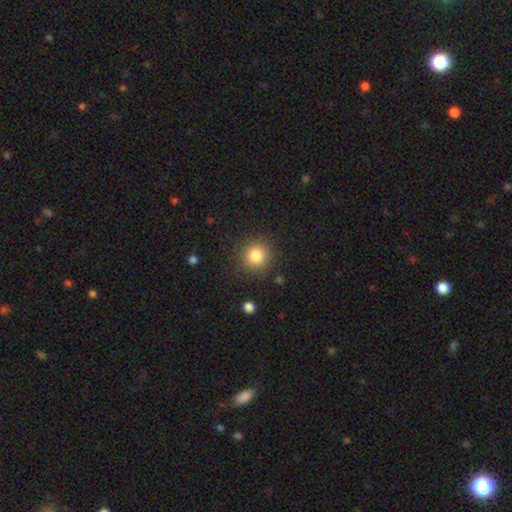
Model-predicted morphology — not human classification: smooth-or-featured: smooth: 83% | star or artifact: 11% | featured or disk: 6%
  how-rounded: round: 92% | in between: 7% | cigar-shaped: 1%
  merging: none: 87% | minor disturbance: 8% | major disturbance: 3% | merger: 2%